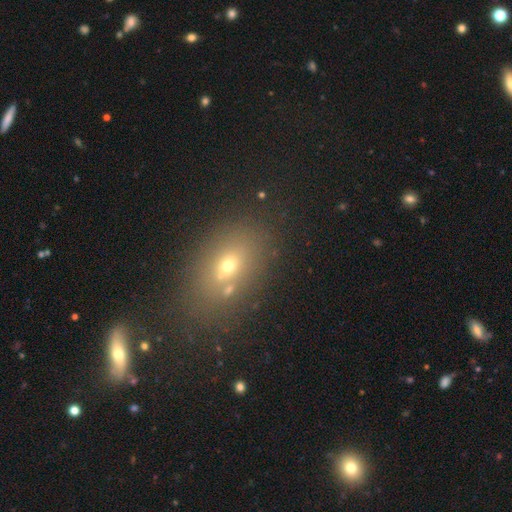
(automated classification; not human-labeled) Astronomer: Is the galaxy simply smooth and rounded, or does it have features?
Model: smooth — 55% (runner-up: star or artifact, 31%).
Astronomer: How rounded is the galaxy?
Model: in between — 68%.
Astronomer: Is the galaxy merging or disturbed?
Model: none — 73%.